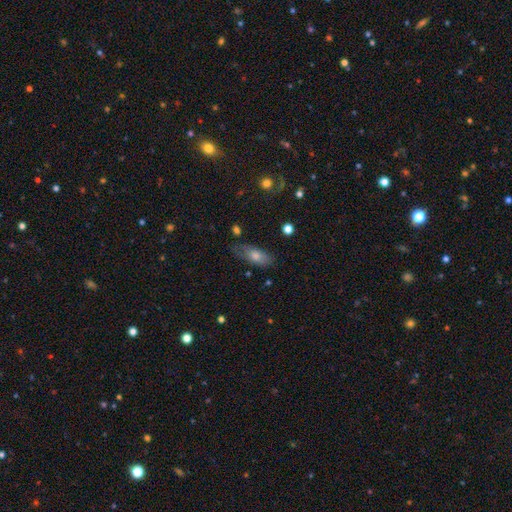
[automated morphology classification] A smooth galaxy with no disk features (73%) that is in between round and cigar-shaped (81%). Merging: none (64%).